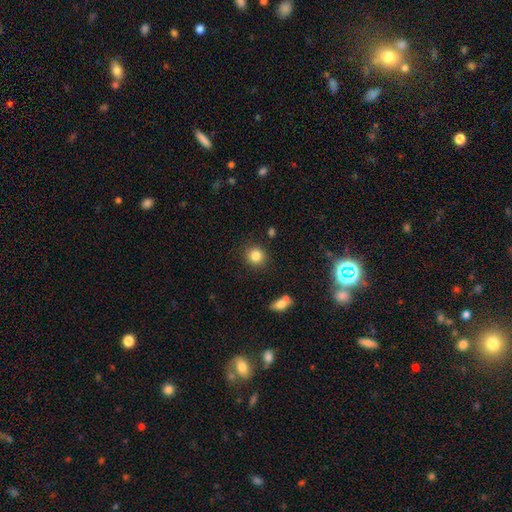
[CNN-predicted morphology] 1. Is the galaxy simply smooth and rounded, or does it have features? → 84% smooth, 11% star or artifact, 5% featured or disk.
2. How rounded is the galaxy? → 88% round, 11% in between, 1% cigar-shaped.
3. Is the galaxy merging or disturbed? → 88% none, 8% minor disturbance, 3% major disturbance, 2% merger.